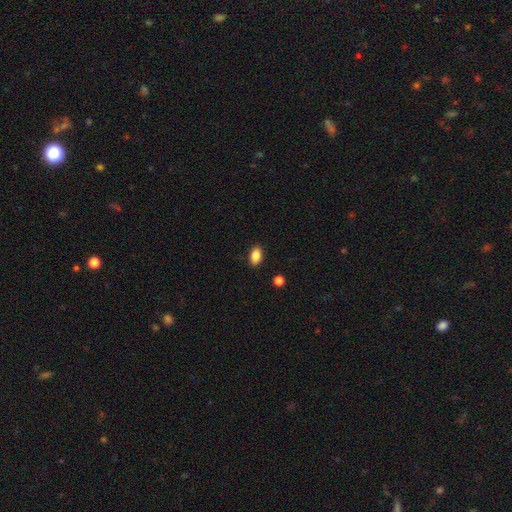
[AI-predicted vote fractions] Smooth or featured? smooth (86%)
How rounded? in between (90%)
Merging? none (88%)